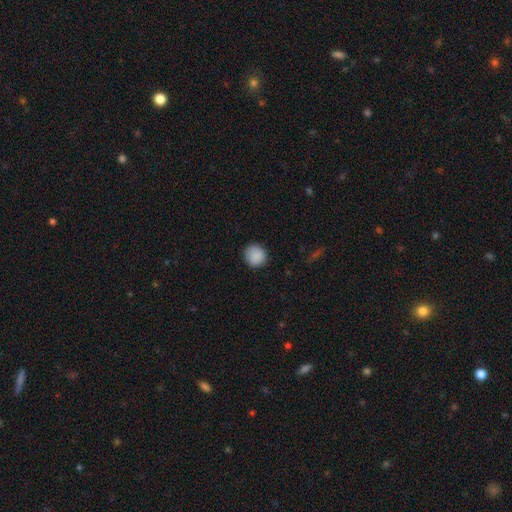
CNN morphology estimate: Smooth or featured: smooth — 89% (star or artifact — 8%)
How rounded: round — 92% (in between — 7%)
Merging: none — 89% (minor disturbance — 8%)